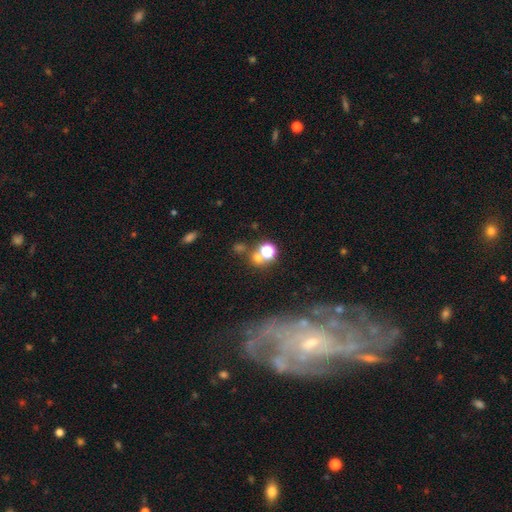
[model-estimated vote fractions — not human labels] Overall: featured or disk (81%). Edge-on disk: no (93%). Bar: no (65%; weak 27%). Spiral arms: yes (89%). Spiral arm count: can't tell (42%; 2 13%). Spiral winding: tight (57%; medium 32%). Bulge size: small (78%). Merging: none (71%).